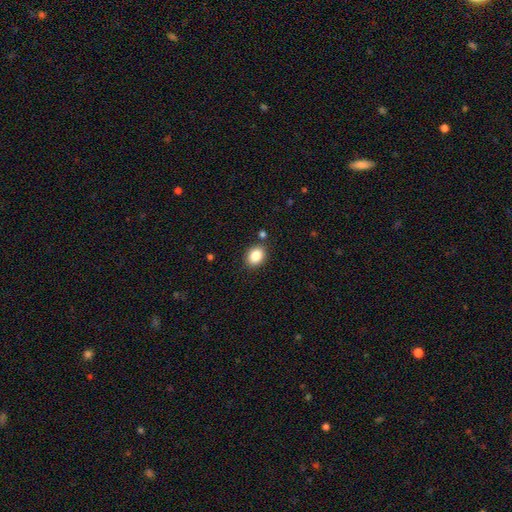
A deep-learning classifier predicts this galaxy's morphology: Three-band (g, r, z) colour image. It shows a smooth galaxy with no disk features (86%) that is in between round and cigar-shaped (61%). Merging: none (85%).